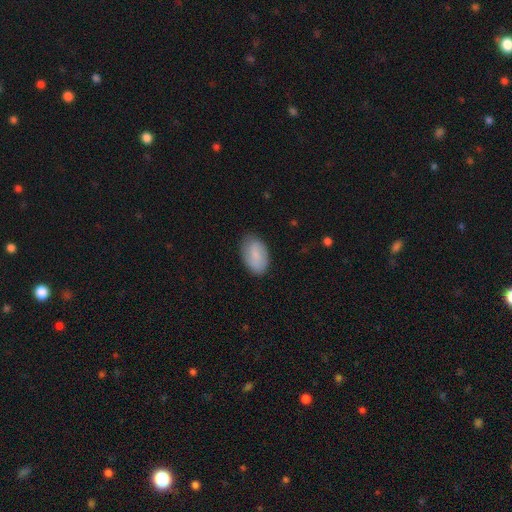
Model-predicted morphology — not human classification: A smooth galaxy with no disk features (77%) that is in between round and cigar-shaped (92%).

Vote fractions:
- Smooth or featured? smooth: 77% / featured or disk: 17% / star or artifact: 6%
- How rounded? in between: 92% / round: 6% / cigar-shaped: 1%
- Merging? none: 79% / minor disturbance: 17% / major disturbance: 3% / merger: 1%